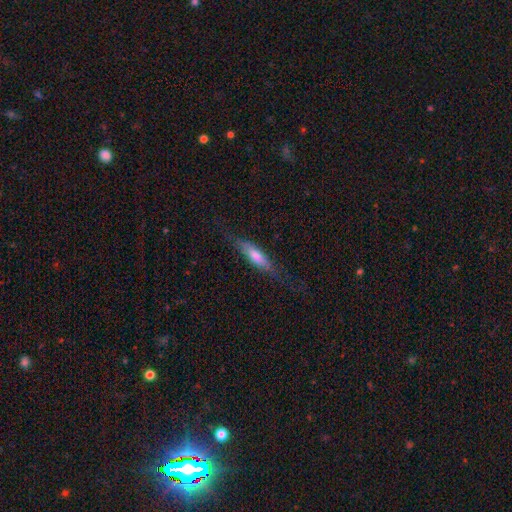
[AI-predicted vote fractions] Smooth or featured? Predicted: smooth (p=0.57). How rounded? Predicted: cigar-shaped (p=0.67). Merging? Predicted: none (p=0.68).